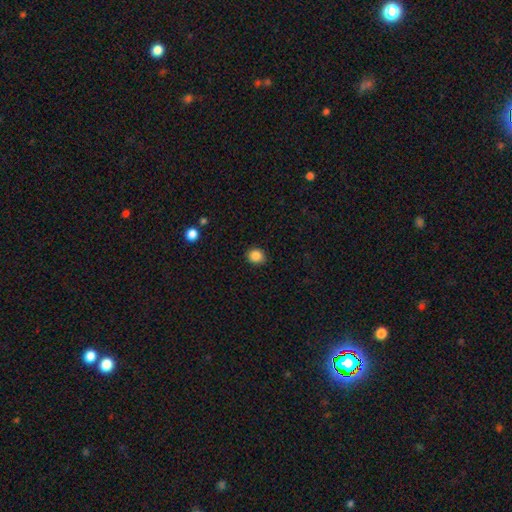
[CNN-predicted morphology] smooth 86%, star or artifact 10%, featured or disk 3%. Down the decision tree: how rounded — round (75%); merging — none (88%).